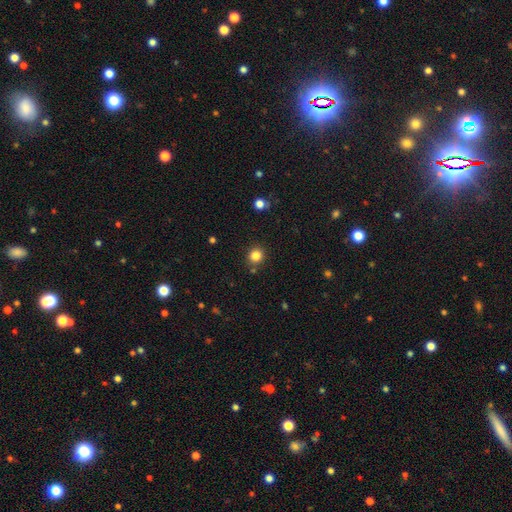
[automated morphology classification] smooth_or_featured: smooth (p=0.83) [alt: star or artifact p=0.12]
how_rounded: round (p=0.89) [alt: in between p=0.10]
merging: none (p=0.87) [alt: minor disturbance p=0.07]